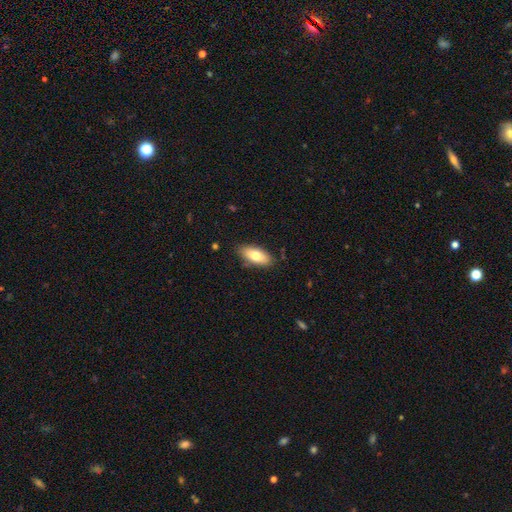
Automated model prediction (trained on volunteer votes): A smooth galaxy with no disk features (74%) that is in between round and cigar-shaped (87%). Merging: none (84%).